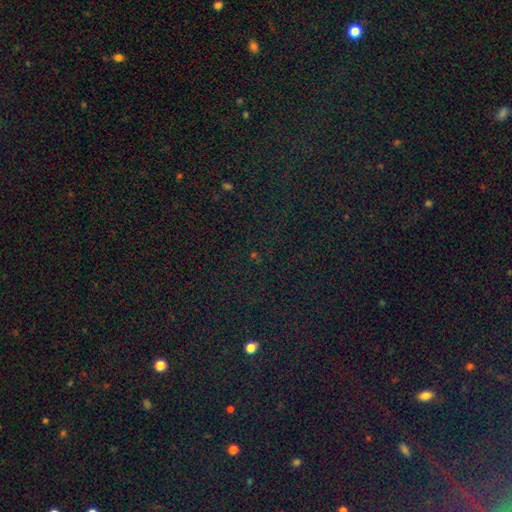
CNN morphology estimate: Smooth or featured?
  - star or artifact: 80% *
  - smooth: 13%
  - featured or disk: 7%